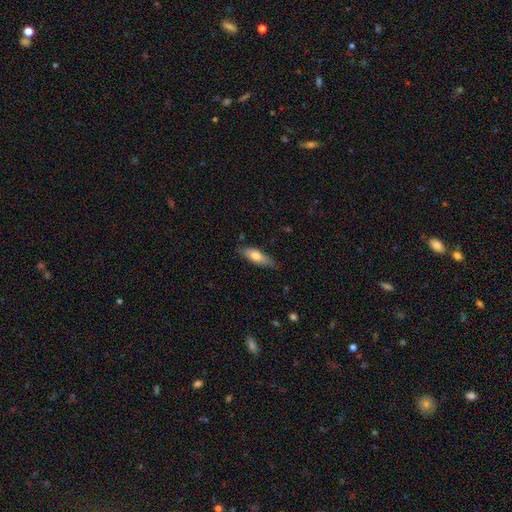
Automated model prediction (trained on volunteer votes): smooth_or_featured: smooth (p=0.71) [alt: featured or disk p=0.23]
how_rounded: in between (p=0.60) [alt: cigar-shaped p=0.38]
merging: none (p=0.76) [alt: minor disturbance p=0.19]